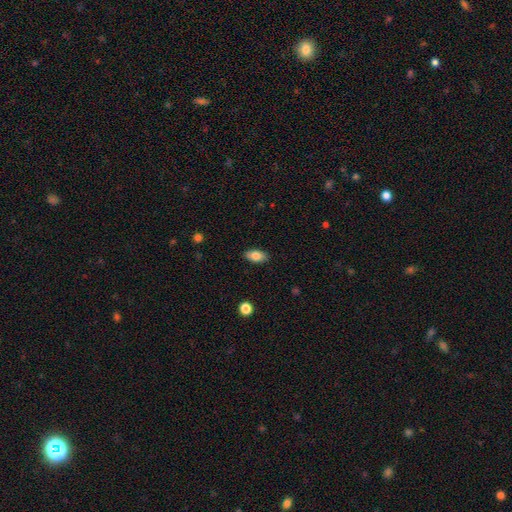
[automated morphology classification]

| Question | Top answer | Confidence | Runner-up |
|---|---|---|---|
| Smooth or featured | smooth | 82% | featured or disk (11%) |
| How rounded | in between | 90% | cigar-shaped (6%) |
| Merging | none | 88% | minor disturbance (9%) |